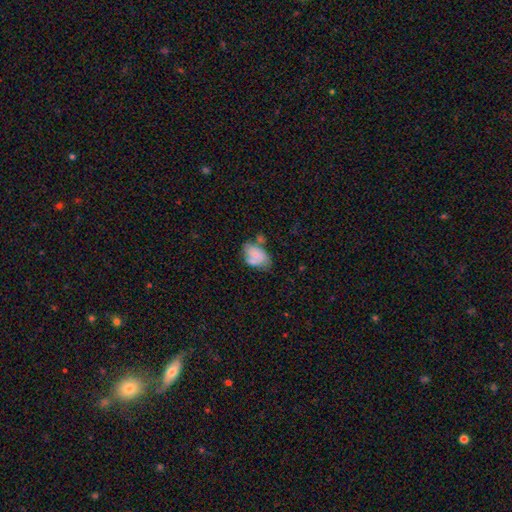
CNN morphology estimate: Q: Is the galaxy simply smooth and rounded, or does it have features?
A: smooth — 51%.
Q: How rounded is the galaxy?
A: in between — 85%.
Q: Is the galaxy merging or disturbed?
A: none — 41%.